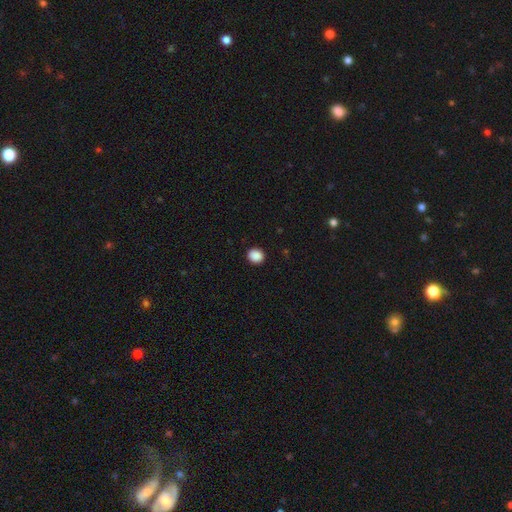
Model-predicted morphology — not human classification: Overall: smooth (89%). How rounded: round (80%). Merging: none (92%).